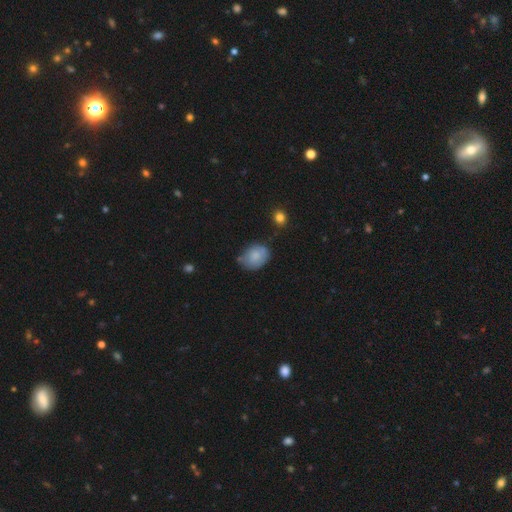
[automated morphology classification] Q: Smooth or featured?
A: smooth (73%); runner-up: featured or disk (20%)
Q: How rounded?
A: in between (69%); runner-up: round (30%)
Q: Merging?
A: none (57%); runner-up: minor disturbance (31%)